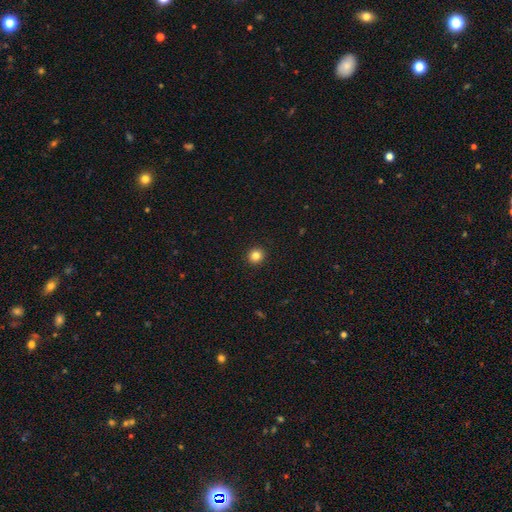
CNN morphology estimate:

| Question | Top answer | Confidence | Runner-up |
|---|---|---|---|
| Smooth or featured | smooth | 84% | star or artifact (12%) |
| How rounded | round | 93% | in between (6%) |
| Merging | none | 93% | minor disturbance (4%) |